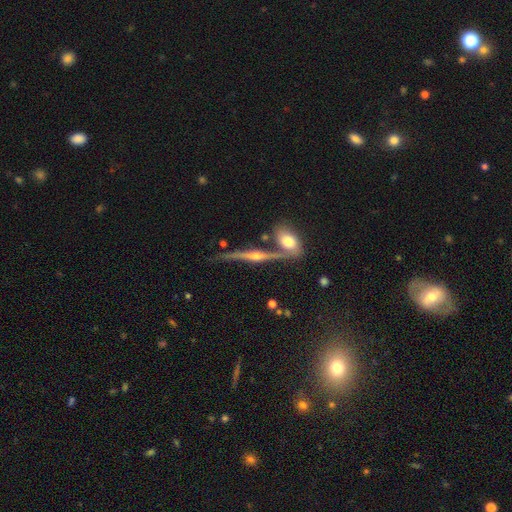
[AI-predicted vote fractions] Overall: featured or disk (82%). Edge-on disk: yes (95%). Edge-on bulge: rounded (90%). Merging: none (68%).